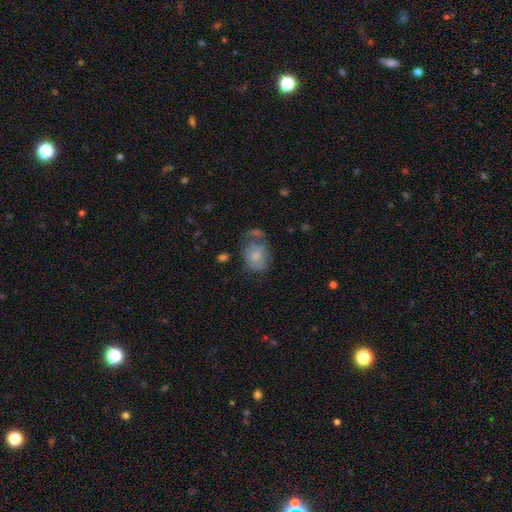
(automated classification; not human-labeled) This is likely a smooth galaxy (64%). How rounded: likely in between (63%). Merging: marginally none (32%).